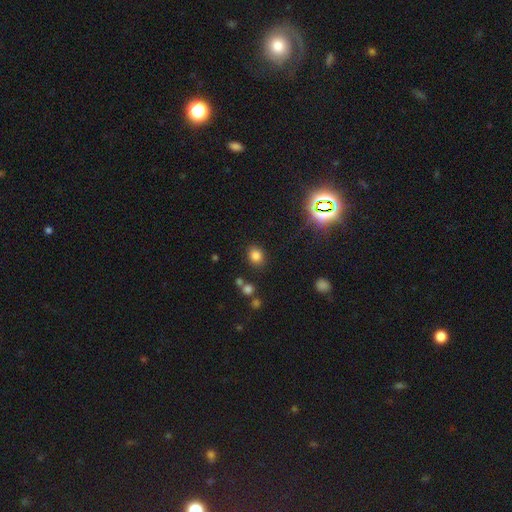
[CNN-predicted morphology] Q: Smooth or featured?
A: smooth (80%); runner-up: star or artifact (15%)
Q: How rounded?
A: round (58%); runner-up: in between (41%)
Q: Merging?
A: none (83%); runner-up: minor disturbance (9%)